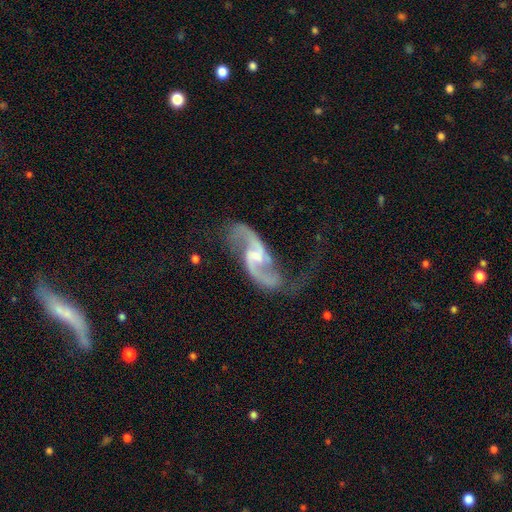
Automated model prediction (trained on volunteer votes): Q: Smooth or featured?
A: featured or disk (92%); runner-up: star or artifact (5%)
Q: Edge-on disk?
A: no (97%); runner-up: yes (3%)
Q: Bar?
A: weak (48%); runner-up: no (34%)
Q: Spiral arms?
A: yes (98%); runner-up: no (2%)
Q: Spiral winding?
A: loose (60%); runner-up: medium (33%)
Q: Spiral arm count?
A: 2 (93%); runner-up: can't tell (2%)
Q: Bulge size?
A: small (51%); runner-up: moderate (38%)
Q: Merging?
A: none (61%); runner-up: minor disturbance (19%)